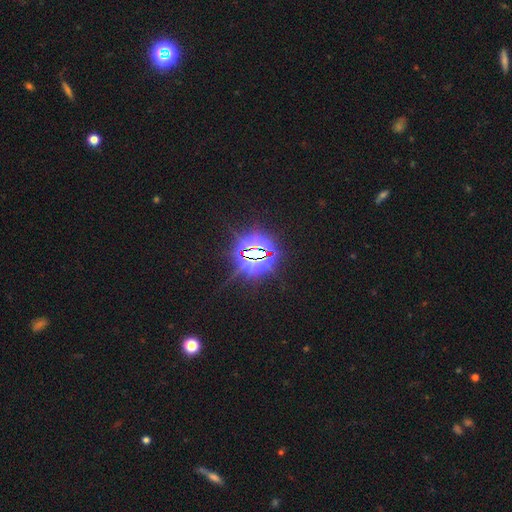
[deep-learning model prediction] Smooth or featured? star or artifact (84%)